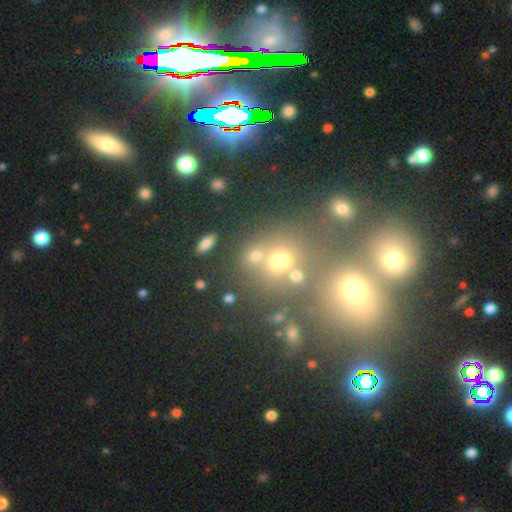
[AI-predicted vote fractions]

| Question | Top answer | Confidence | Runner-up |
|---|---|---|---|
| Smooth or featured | smooth | 66% | star or artifact (21%) |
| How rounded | round | 67% | in between (30%) |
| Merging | none | 63% | merger (23%) |